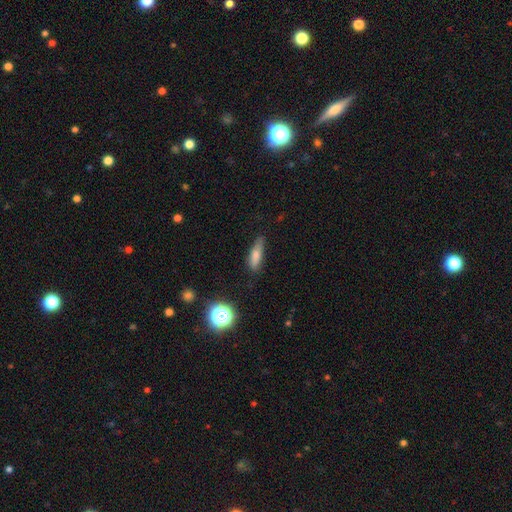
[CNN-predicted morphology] Smooth or featured? Predicted: smooth (p=0.73). How rounded? Predicted: cigar-shaped (p=0.57). Merging? Predicted: none (p=0.64).